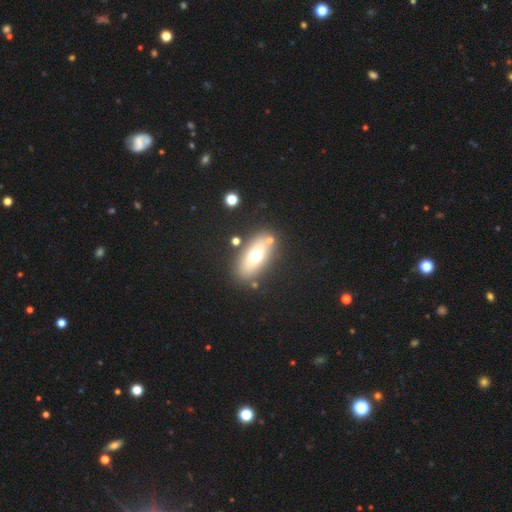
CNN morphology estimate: smooth-or-featured: smooth: 62% | featured or disk: 27% | star or artifact: 11%
  how-rounded: in between: 82% | round: 10% | cigar-shaped: 8%
  merging: none: 77% | minor disturbance: 11% | merger: 7% | major disturbance: 4%